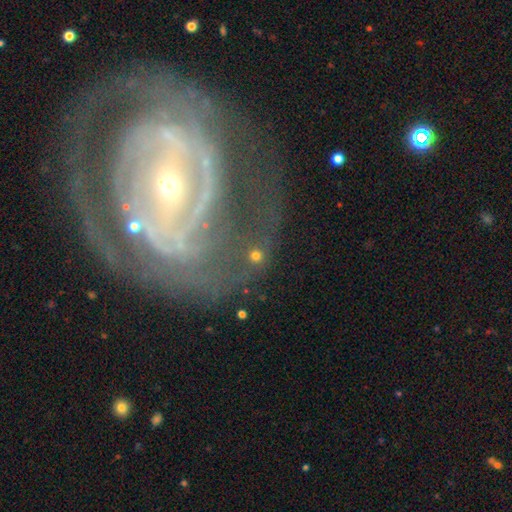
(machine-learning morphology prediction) Smooth or featured? smooth (52%)
How rounded? round (89%)
Merging? none (71%)